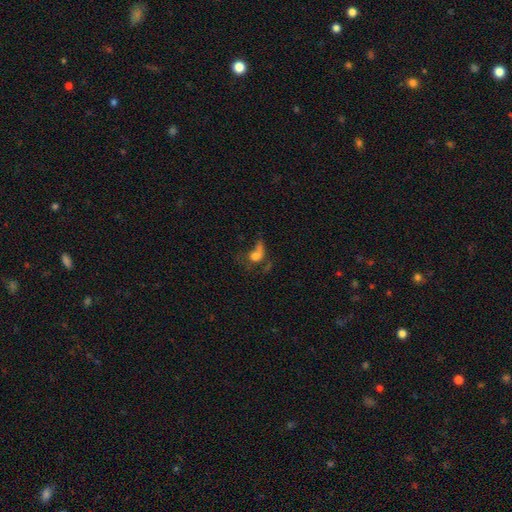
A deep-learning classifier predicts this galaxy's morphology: Smooth or featured? Predicted: smooth (p=0.49). Merging? Predicted: major disturbance (p=0.53).